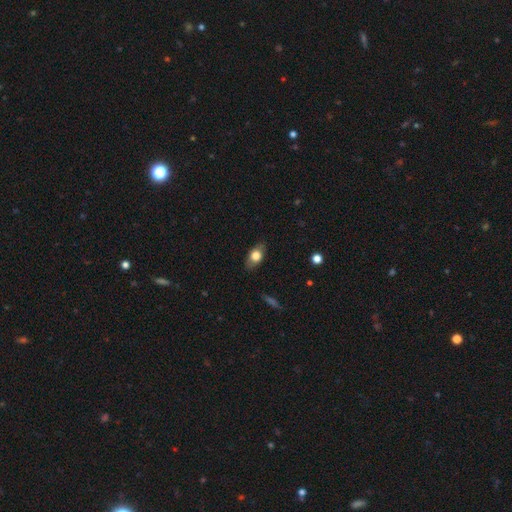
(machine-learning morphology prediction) The model was most divided on "smooth or featured": smooth: 72%, featured or disk: 20%, star or artifact: 8%. More confident: how rounded — in between (83%); merging — none (82%).